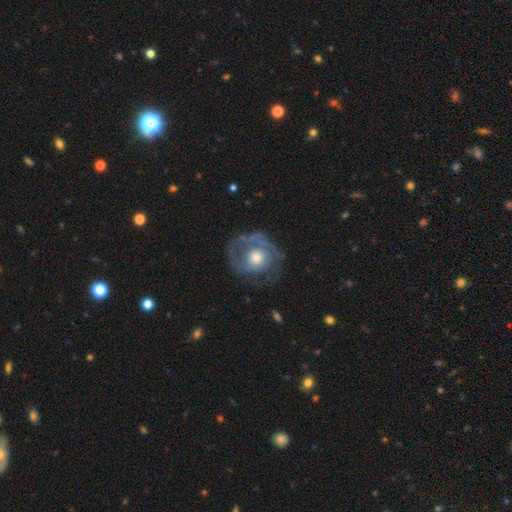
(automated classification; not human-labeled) Overall: featured or disk (67%). Edge-on disk: no (97%). Bar: no (83%). Spiral arms: yes (69%; no 31%). Bulge size: moderate (61%; large 28%). Merging: none (60%; minor disturbance 21%).